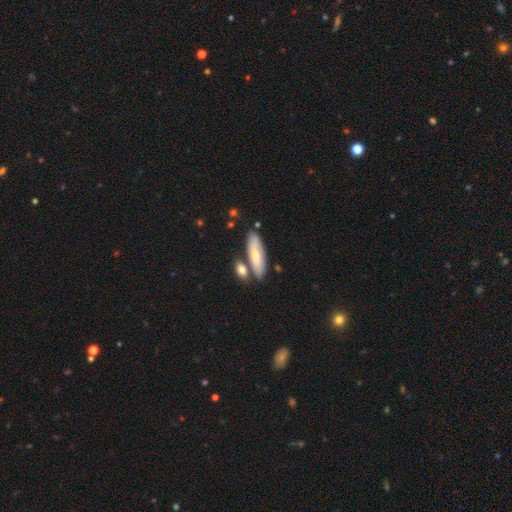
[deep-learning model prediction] Overall: smooth (68%). How rounded: in between (56%; cigar-shaped 42%). Merging: none (64%).